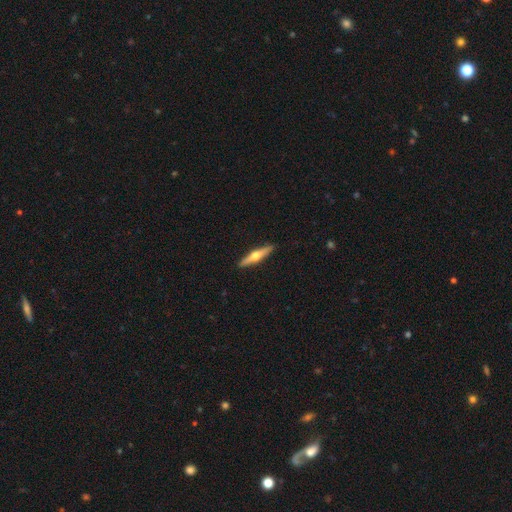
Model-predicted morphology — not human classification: A featured or disk galaxy (62%) viewed edge-on (96%) with a rounded central bulge (95%).

Vote fractions:
- Smooth or featured? featured or disk: 62% / smooth: 33% / star or artifact: 5%
- Edge-on disk? yes: 96% / no: 4%
- Edge-on bulge? rounded: 95% / none: 3% / boxy: 2%
- Merging? none: 91% / minor disturbance: 6% / major disturbance: 1% / merger: 1%